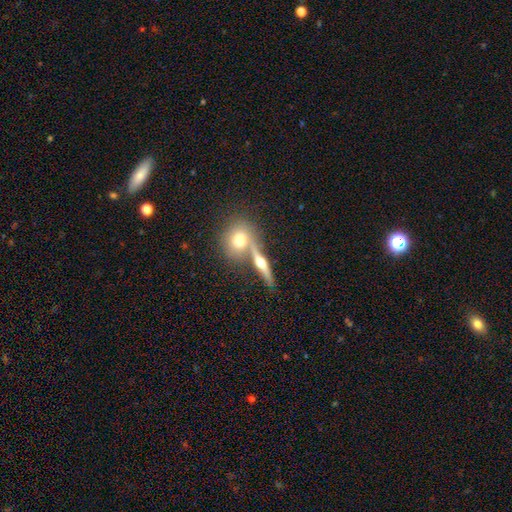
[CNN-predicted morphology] This appears to be a smooth galaxy with no disk features (55%) that is round (62%). Merging: none (49%).